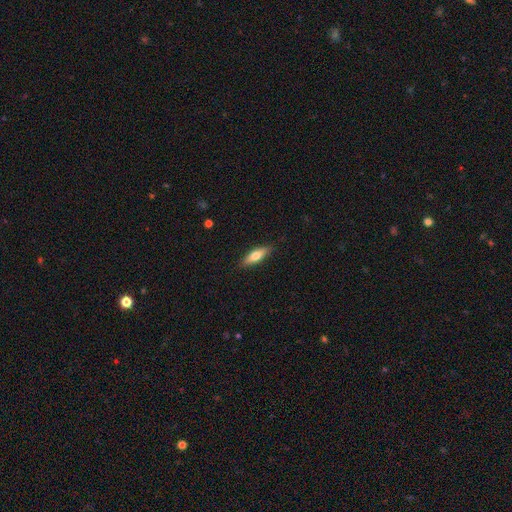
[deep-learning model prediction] Overall: smooth (68%). How rounded: cigar-shaped (52%; in between 46%). Merging: none (87%).